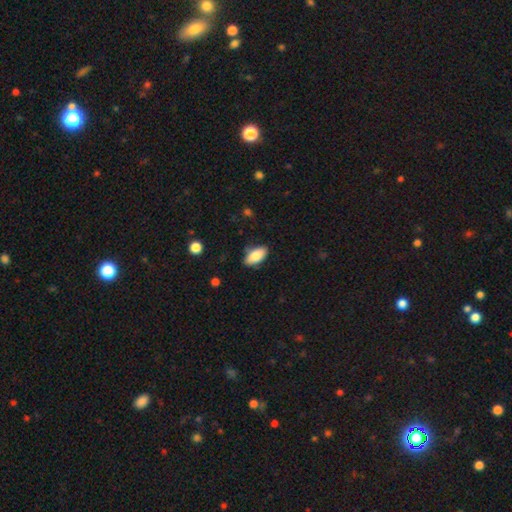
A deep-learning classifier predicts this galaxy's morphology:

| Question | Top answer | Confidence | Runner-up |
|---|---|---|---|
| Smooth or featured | smooth | 83% | featured or disk (10%) |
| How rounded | in between | 92% | cigar-shaped (6%) |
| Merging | none | 80% | minor disturbance (15%) |